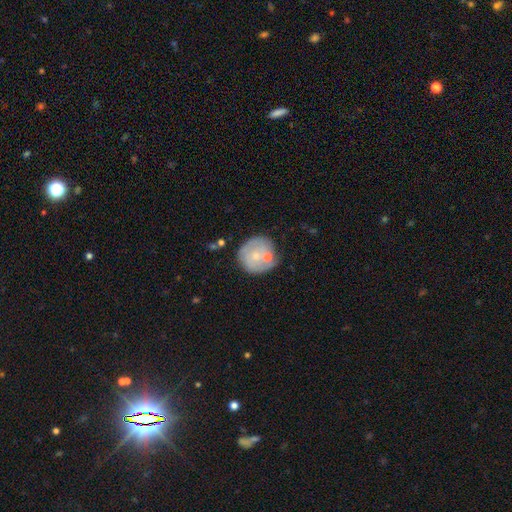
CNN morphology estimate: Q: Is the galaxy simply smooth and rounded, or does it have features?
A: smooth — 52%.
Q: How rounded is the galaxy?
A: round — 91%.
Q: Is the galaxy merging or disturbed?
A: none — 63%.